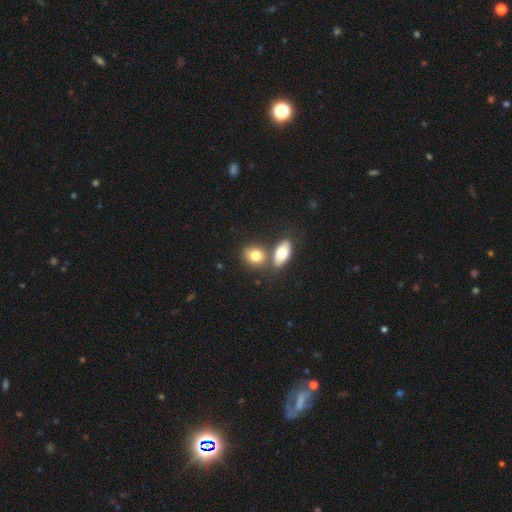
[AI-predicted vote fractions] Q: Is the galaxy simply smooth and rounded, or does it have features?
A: smooth — 78%.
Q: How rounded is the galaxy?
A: in between — 66%.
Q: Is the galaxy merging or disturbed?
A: none — 50%.